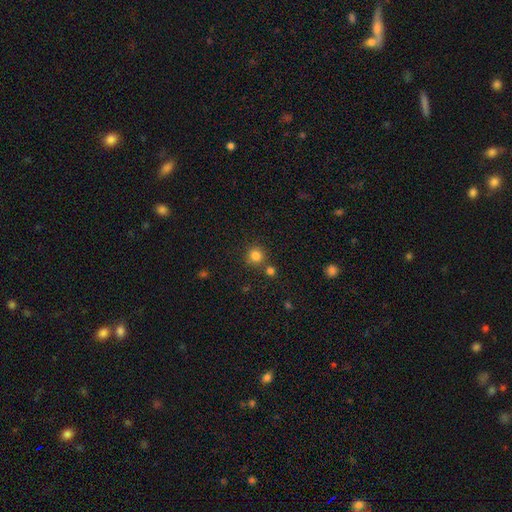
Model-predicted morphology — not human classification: Smooth or featured? Predicted: smooth (p=0.81). How rounded? Predicted: round (p=0.93). Merging? Predicted: none (p=0.77).